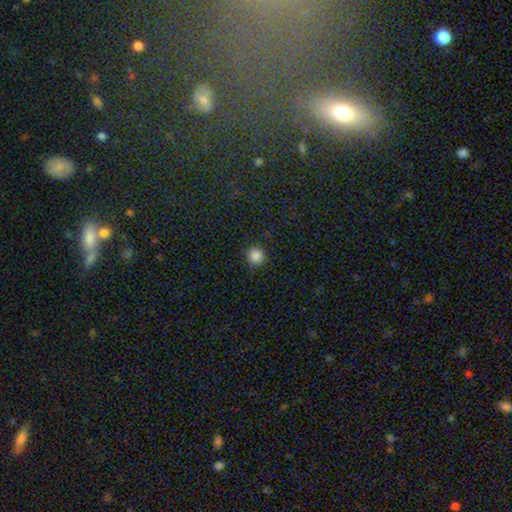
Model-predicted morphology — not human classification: smooth 85%, star or artifact 12%, featured or disk 3%. Down the decision tree: how rounded — round (93%); merging — none (90%).